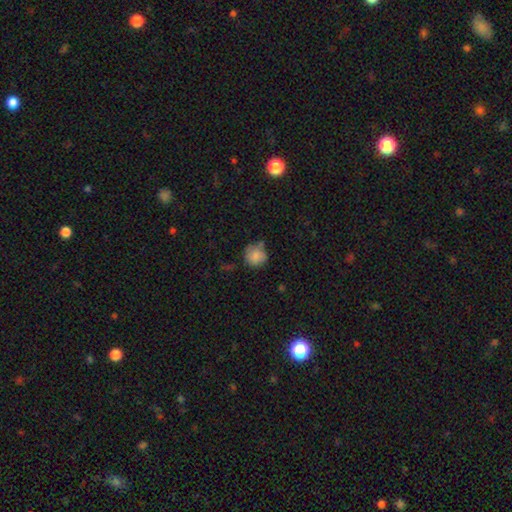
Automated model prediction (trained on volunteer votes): smooth 84%, star or artifact 8%, featured or disk 8%. Down the decision tree: how rounded — round (89%); merging — none (64%).